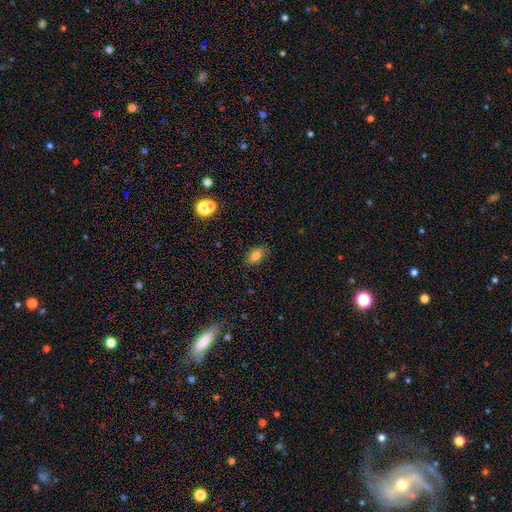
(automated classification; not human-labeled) Overall: smooth (80%). How rounded: in between (85%). Merging: none (84%).